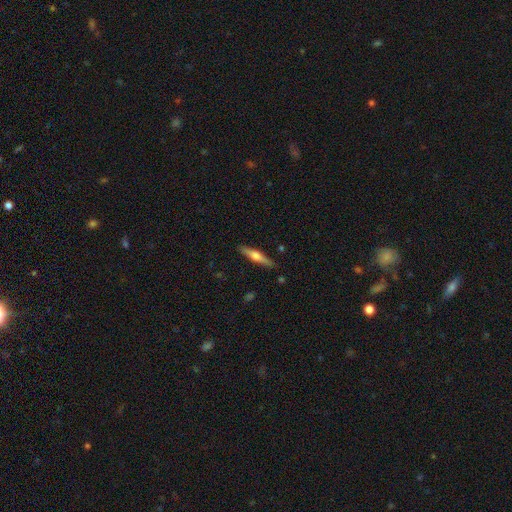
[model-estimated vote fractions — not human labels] featured or disk 53%, smooth 41%, star or artifact 6%. Down the decision tree: edge-on disk — yes (96%); edge-on bulge — rounded (86%); merging — none (88%).